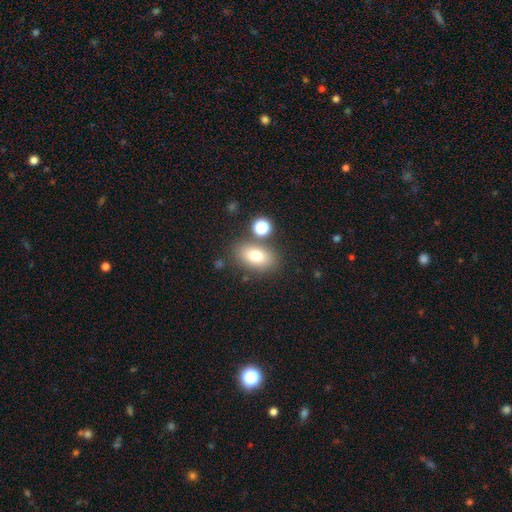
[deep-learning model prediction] This appears to be a smooth galaxy with no disk features (74%) that is in between round and cigar-shaped (84%). Merging: none (76%).